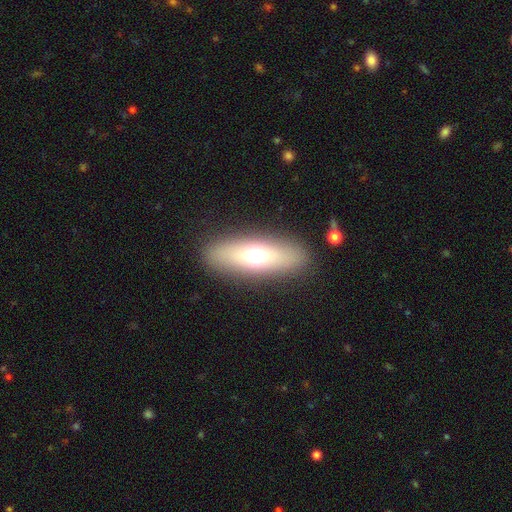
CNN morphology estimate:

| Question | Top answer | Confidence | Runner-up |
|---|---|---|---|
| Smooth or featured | smooth | 61% | featured or disk (29%) |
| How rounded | in between | 61% | cigar-shaped (34%) |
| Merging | none | 87% | minor disturbance (8%) |